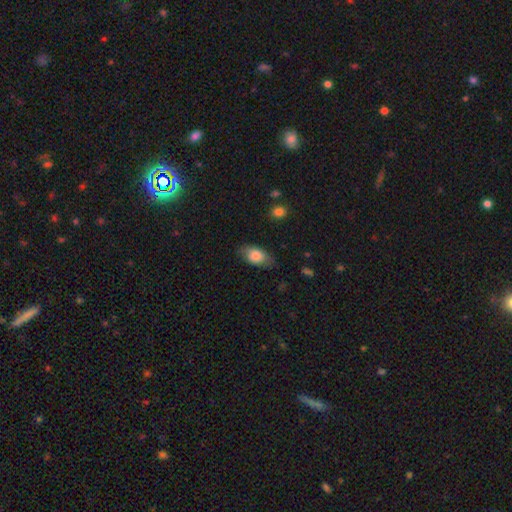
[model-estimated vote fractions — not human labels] smooth_or_featured: smooth (p=0.78) [alt: featured or disk p=0.15]
how_rounded: in between (p=0.89) [alt: round p=0.08]
merging: none (p=0.74) [alt: minor disturbance p=0.20]